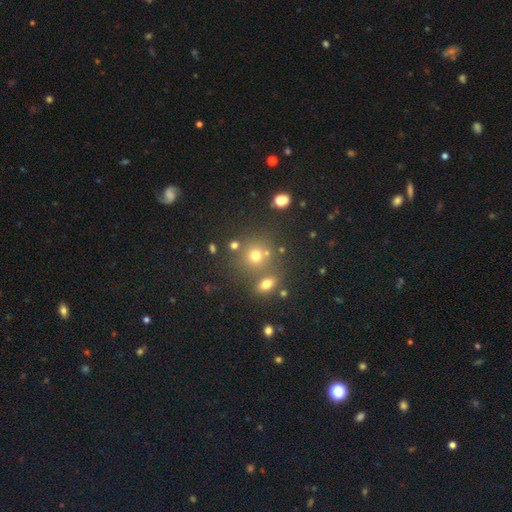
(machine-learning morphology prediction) A smooth galaxy with no disk features (68%) that is round (84%). Merging: none (65%).